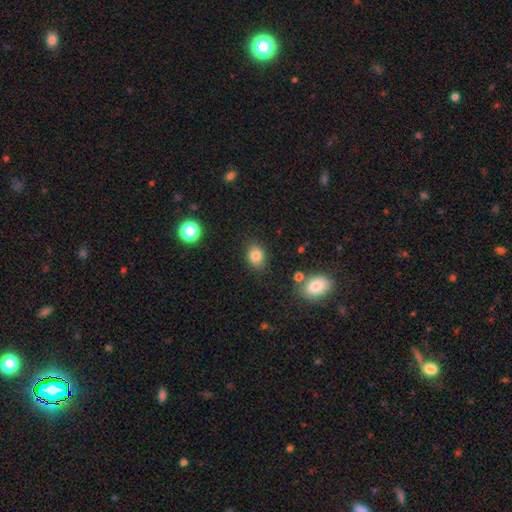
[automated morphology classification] smooth_or_featured: smooth (p=0.82) [alt: star or artifact p=0.11]
how_rounded: in between (p=0.54) [alt: round p=0.45]
merging: none (p=0.82) [alt: minor disturbance p=0.12]